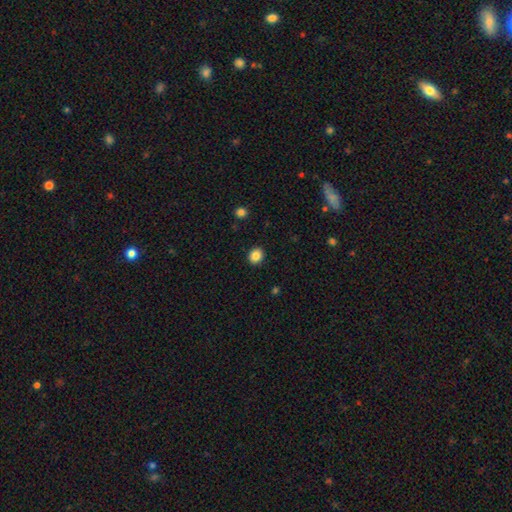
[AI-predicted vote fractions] smooth 85%, star or artifact 10%, featured or disk 5%. Down the decision tree: how rounded — round (74%); merging — none (91%).